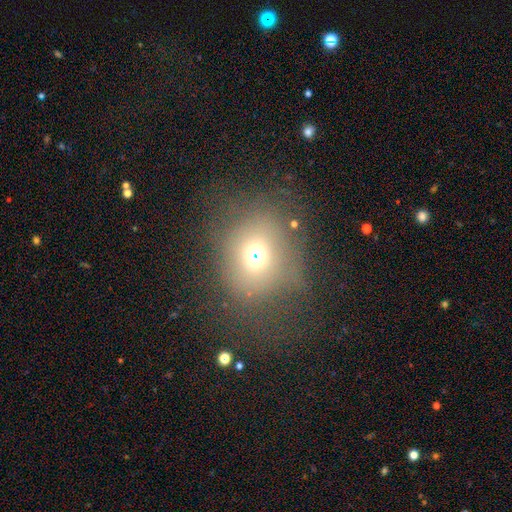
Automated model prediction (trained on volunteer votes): Smooth or featured? smooth (63%)
How rounded? round (70%)
Merging? none (49%)